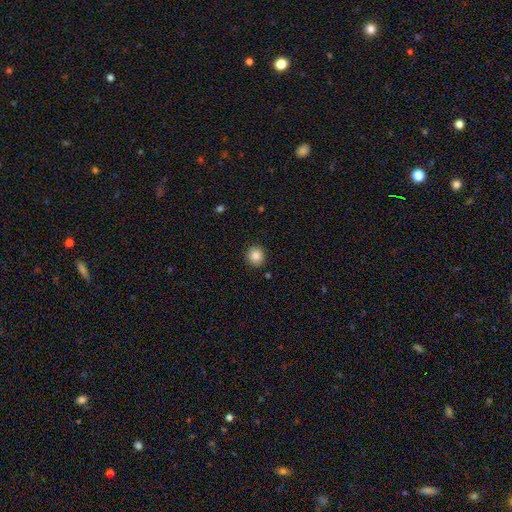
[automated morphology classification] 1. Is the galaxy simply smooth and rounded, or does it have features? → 86% smooth, 9% star or artifact, 5% featured or disk.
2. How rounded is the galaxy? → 92% round, 7% in between, 1% cigar-shaped.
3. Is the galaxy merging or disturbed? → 91% none, 6% minor disturbance, 2% major disturbance, 1% merger.